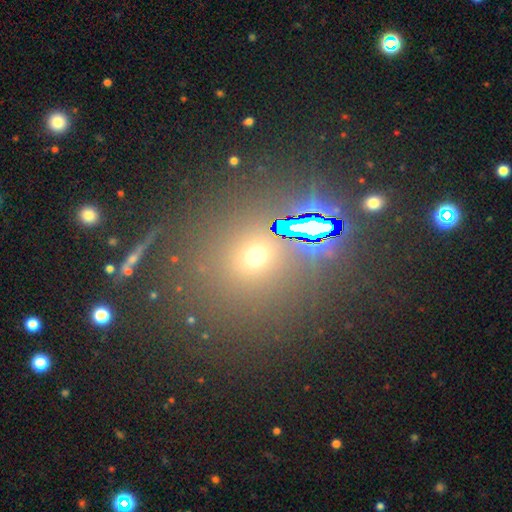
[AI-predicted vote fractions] The model was most divided on "smooth or featured": smooth: 54%, star or artifact: 36%, featured or disk: 10%. More confident: merging — none (78%); how rounded — round (71%).